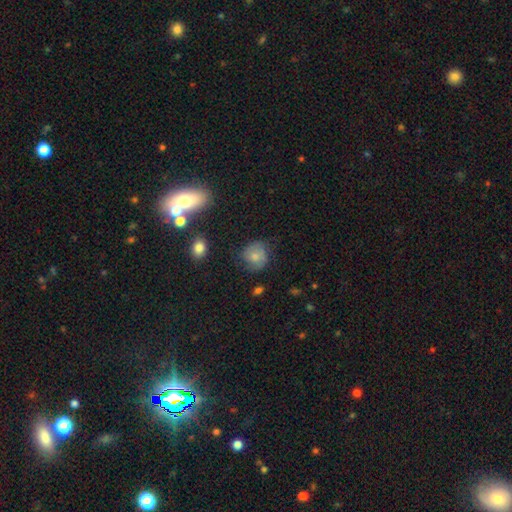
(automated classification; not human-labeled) smooth_or_featured: smooth (p=0.64) [alt: featured or disk p=0.26]
how_rounded: round (p=0.78) [alt: in between p=0.21]
merging: none (p=0.63) [alt: minor disturbance p=0.25]